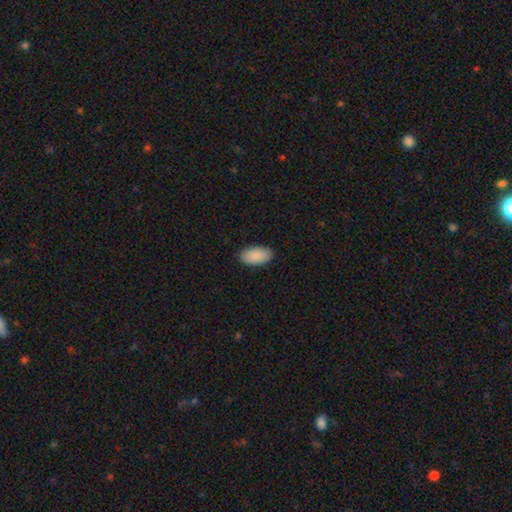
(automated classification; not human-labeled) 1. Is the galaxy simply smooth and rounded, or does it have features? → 90% smooth, 6% star or artifact, 4% featured or disk.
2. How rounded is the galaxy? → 96% in between, 2% round, 2% cigar-shaped.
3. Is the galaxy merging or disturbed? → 89% none, 9% minor disturbance, 2% major disturbance, 1% merger.